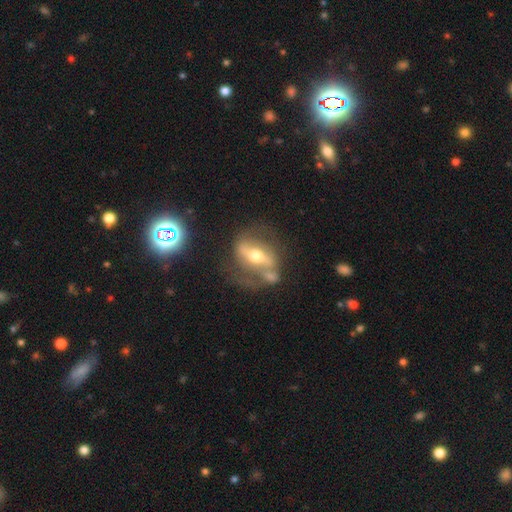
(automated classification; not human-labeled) Smooth or featured? featured or disk (74%)
Edge-on disk? no (84%)
Bar? strong (61%)
Spiral arms? yes (68%)
Bulge size? moderate (66%)
Merging? none (52%)